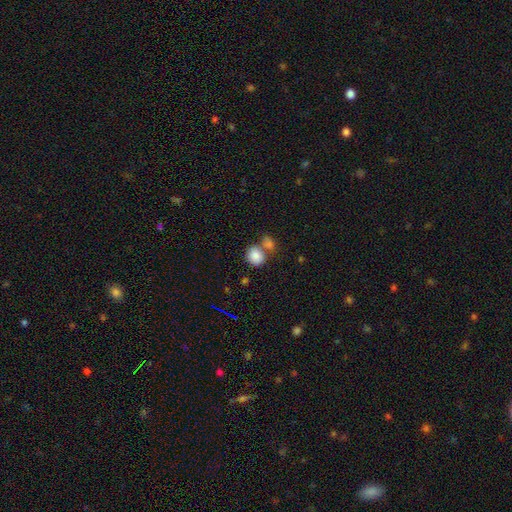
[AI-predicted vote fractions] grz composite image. It shows a smooth galaxy with no disk features (84%) that is round (71%). Merging: none (46%).